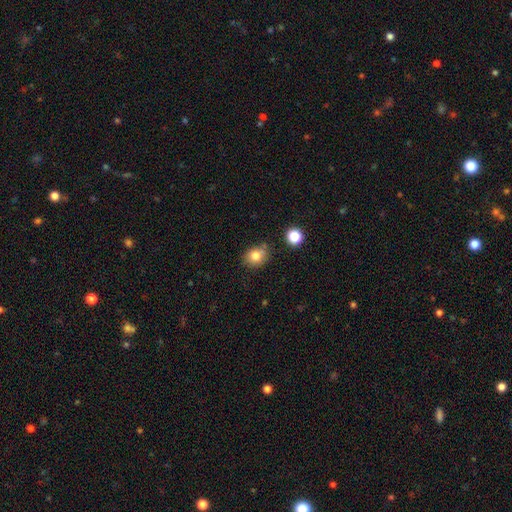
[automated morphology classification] type=smooth (79%); roundness=round (55%); merging=none (70%).